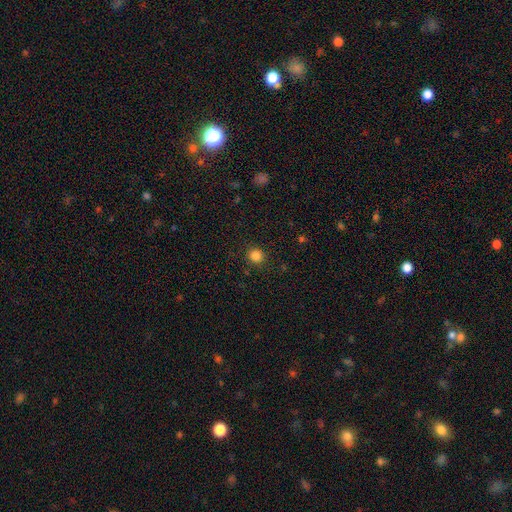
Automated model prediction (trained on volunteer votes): Q: Smooth or featured?
A: smooth (83%); runner-up: star or artifact (12%)
Q: How rounded?
A: round (91%); runner-up: in between (8%)
Q: Merging?
A: none (90%); runner-up: minor disturbance (7%)